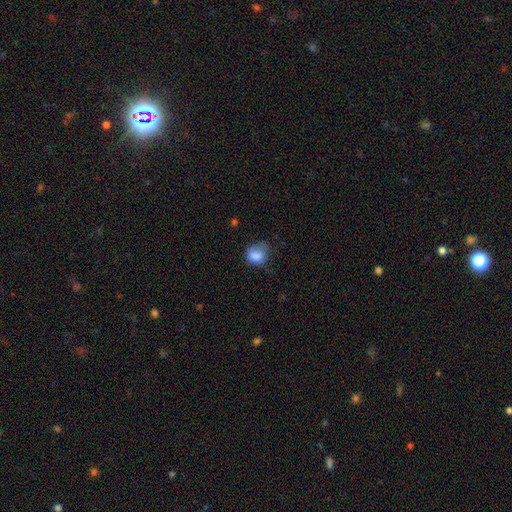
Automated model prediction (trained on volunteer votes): The model was most divided on "merging": none: 42%, minor disturbance: 37%, major disturbance: 19%, merger: 2%. More confident: smooth or featured — smooth (83%); how rounded — round (60%).